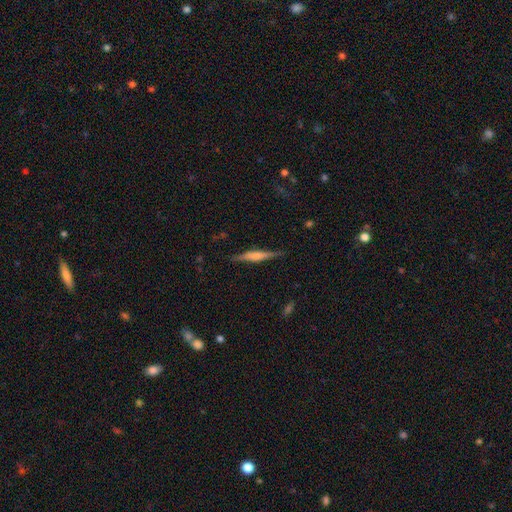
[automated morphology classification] Smooth or featured?
  - featured or disk: 60% *
  - smooth: 33%
  - star or artifact: 7%
Edge-on disk?
  - yes: 97% *
  - no: 3%
Edge-on bulge?
  - rounded: 48% *
  - boxy: 35%
  - none: 17%
Merging?
  - none: 86% *
  - minor disturbance: 10%
  - major disturbance: 2%
  - merger: 1%